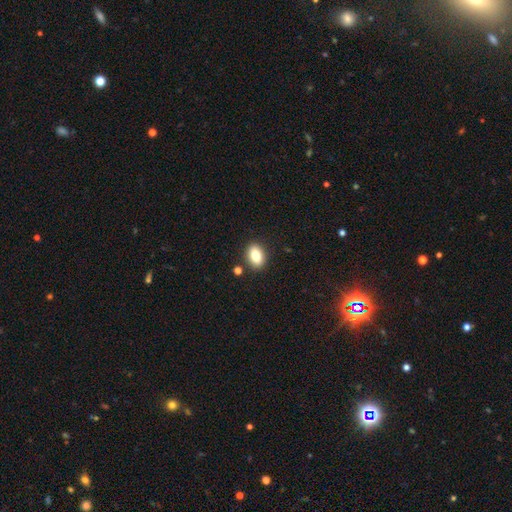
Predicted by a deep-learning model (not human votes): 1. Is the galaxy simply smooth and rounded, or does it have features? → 83% smooth, 9% featured or disk, 8% star or artifact.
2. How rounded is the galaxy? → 82% in between, 16% round, 2% cigar-shaped.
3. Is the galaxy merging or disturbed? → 86% none, 9% minor disturbance, 4% merger, 2% major disturbance.